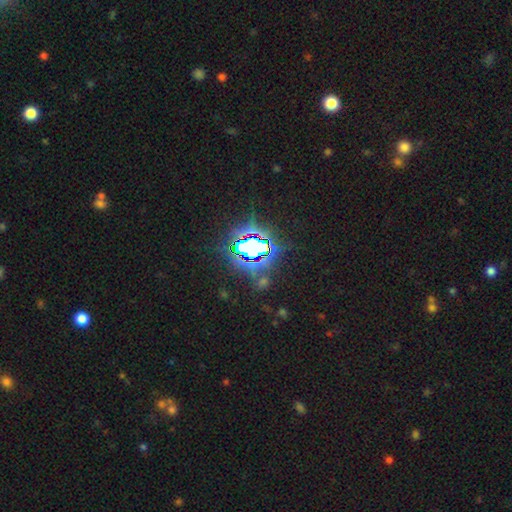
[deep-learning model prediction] A star or artifact, not a galaxy (82%).